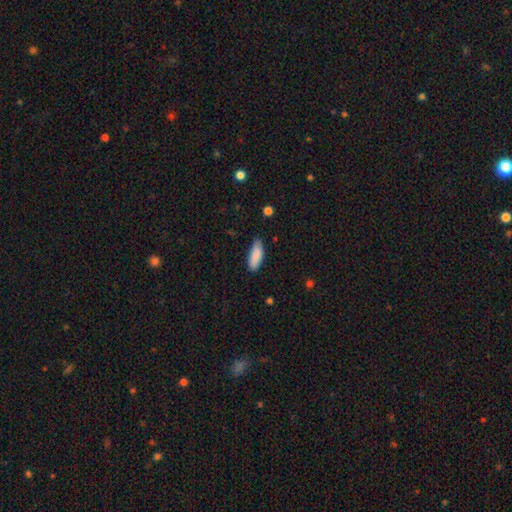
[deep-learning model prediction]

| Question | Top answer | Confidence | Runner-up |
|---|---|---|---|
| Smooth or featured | smooth | 89% | star or artifact (6%) |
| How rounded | in between | 74% | cigar-shaped (25%) |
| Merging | none | 78% | minor disturbance (18%) |